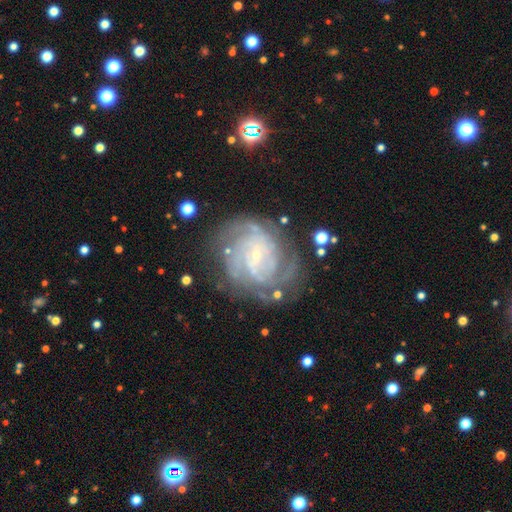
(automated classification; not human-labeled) featured or disk 86%, star or artifact 7%, smooth 7%. Down the decision tree: edge-on disk — no (98%); bar — no (52%); spiral arms — yes (96%); spiral arm count — can't tell (27%); spiral winding — tight (61%); bulge size — small (85%); merging — none (69%).